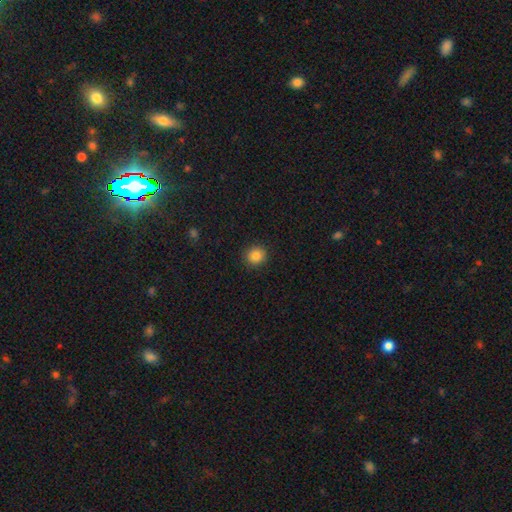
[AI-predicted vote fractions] This appears to be a smooth galaxy with no disk features (84%) that is round (92%). Merging: none (91%).